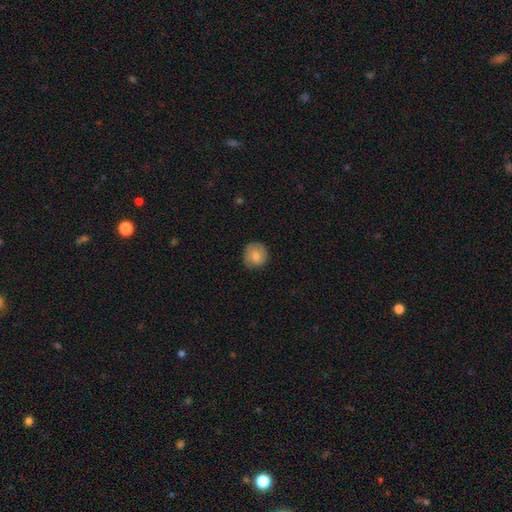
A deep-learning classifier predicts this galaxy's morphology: A smooth galaxy with no disk features (77%) that is round (85%).

Vote fractions:
- Smooth or featured? smooth: 77% / featured or disk: 16% / star or artifact: 7%
- How rounded? round: 85% / in between: 14% / cigar-shaped: 1%
- Merging? none: 75% / minor disturbance: 19% / major disturbance: 5% / merger: 1%